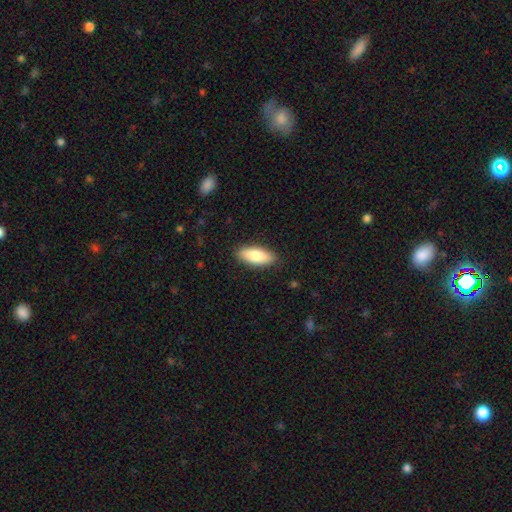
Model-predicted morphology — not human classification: Overall: smooth (82%). How rounded: in between (79%). Merging: none (88%).